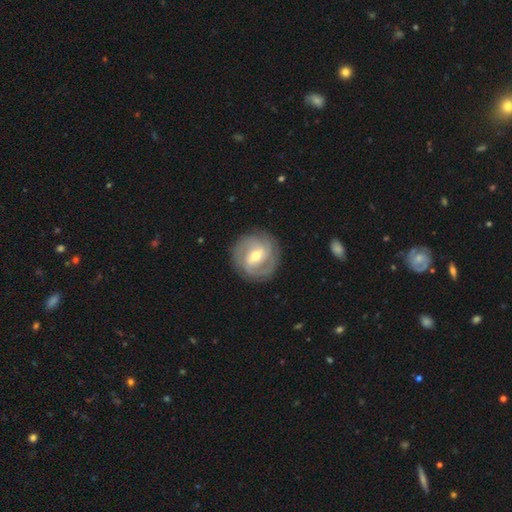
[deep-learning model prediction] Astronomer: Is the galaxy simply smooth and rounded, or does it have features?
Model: featured or disk — 85%.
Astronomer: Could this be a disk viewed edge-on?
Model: no — 97%.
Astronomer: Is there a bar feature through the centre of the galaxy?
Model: weak — 48% (runner-up: strong, 32%).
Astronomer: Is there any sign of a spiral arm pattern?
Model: yes — 94%.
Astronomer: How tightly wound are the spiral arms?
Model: tight — 68%.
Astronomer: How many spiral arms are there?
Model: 2 — 40% (runner-up: 3, 26%).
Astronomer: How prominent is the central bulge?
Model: moderate — 68%.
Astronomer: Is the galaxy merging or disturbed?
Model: none — 85%.